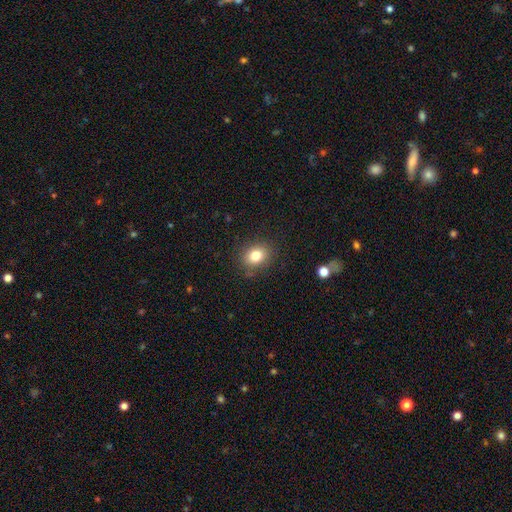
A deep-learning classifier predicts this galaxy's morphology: smooth_or_featured: smooth (p=0.81) [alt: star or artifact p=0.11]
how_rounded: round (p=0.55) [alt: in between p=0.44]
merging: none (p=0.85) [alt: minor disturbance p=0.10]